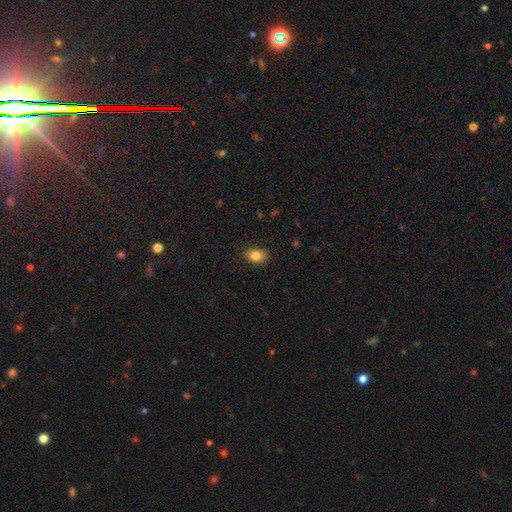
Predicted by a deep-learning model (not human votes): This is clearly a smooth galaxy (82%). How rounded: clearly in between (82%). Merging: clearly none (87%).